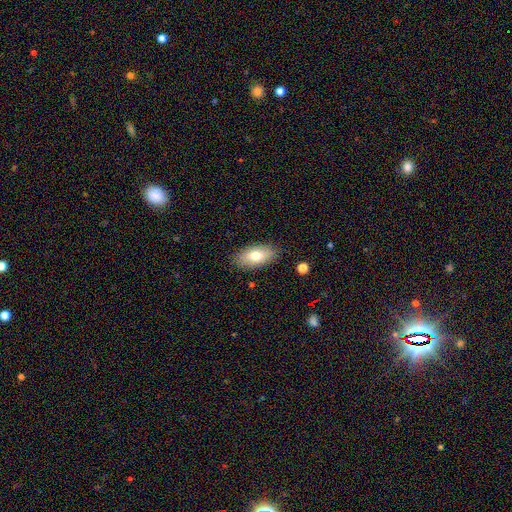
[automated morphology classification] Smooth or featured? smooth (73%)
How rounded? in between (90%)
Merging? none (86%)